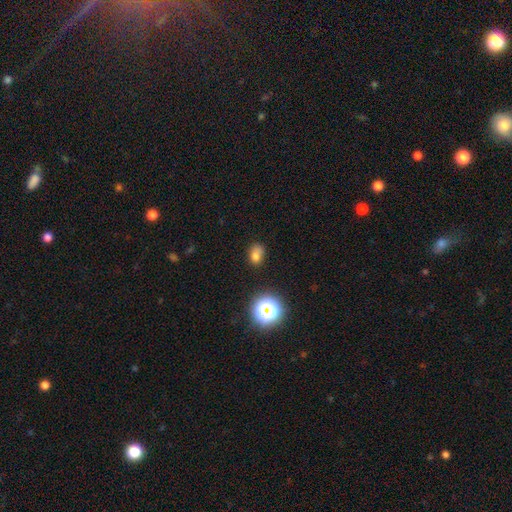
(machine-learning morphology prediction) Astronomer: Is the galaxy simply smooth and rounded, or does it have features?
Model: smooth — 72%.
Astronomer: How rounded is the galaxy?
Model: in between — 64%.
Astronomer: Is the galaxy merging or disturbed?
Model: none — 64%.